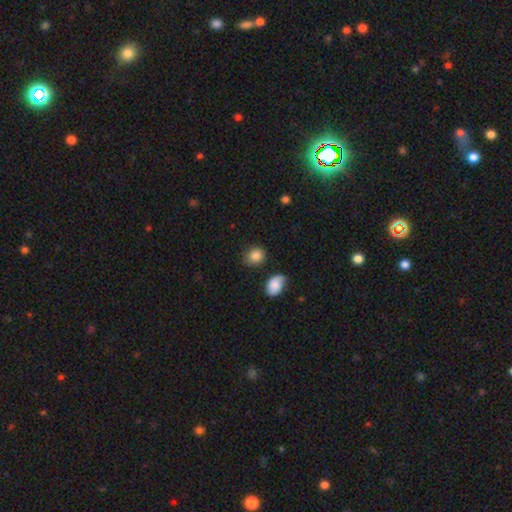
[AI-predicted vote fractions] A smooth galaxy with no disk features (85%) that is round (70%). Merging: none (77%).